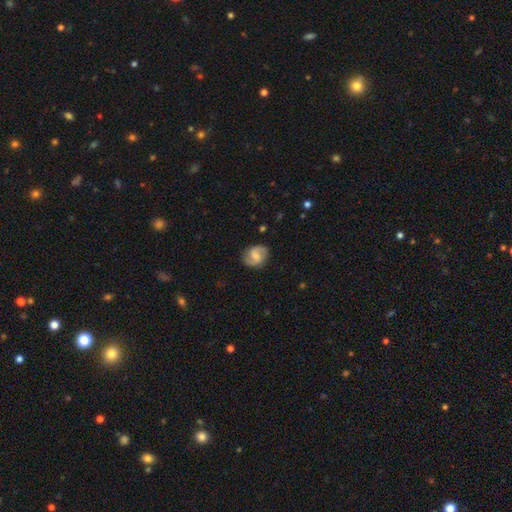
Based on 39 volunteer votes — smooth-or-featured: featured or disk: 77% | smooth: 21% | star or artifact: 3%
  disk-edge-on: no: 100% | yes: 0%
    bar: weak: 53% | no: 40% | strong: 7%
    has-spiral-arms: yes: 97% | no: 3%
      spiral-winding: medium: 52% | loose: 31% | tight: 17%
      spiral-arm-count: 2: 100% | 1: 0% | 3: 0% | 4: 0% | more than 4: 0% | can't tell: 0%
    bulge-size: small: 53% | moderate: 33% | none: 10% | large: 3% | dominant: 0%
  merging: none: 79% | minor disturbance: 8% | major disturbance: 8% | merger: 5%